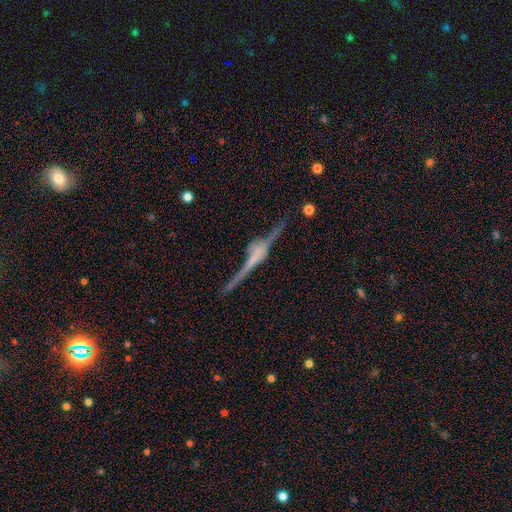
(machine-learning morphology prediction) smooth_or_featured: featured or disk (p=0.84) [alt: smooth p=0.09]
disk_edge_on: yes (p=0.97) [alt: no p=0.03]
edge_on_bulge: rounded (p=0.53) [alt: boxy p=0.33]
merging: none (p=0.75) [alt: minor disturbance p=0.14]